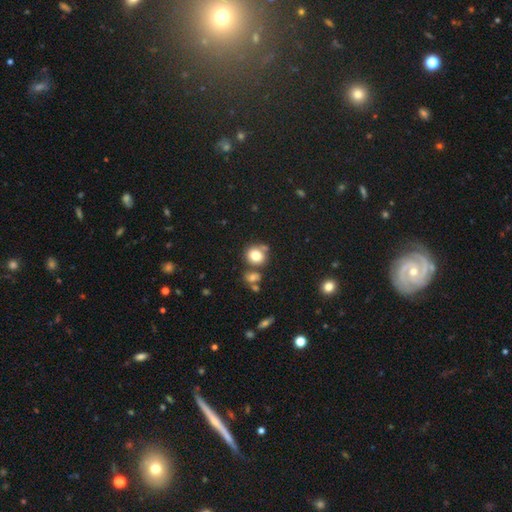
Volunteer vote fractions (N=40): Overall: smooth (80%). How rounded: round (94%). Merging: none (66%).